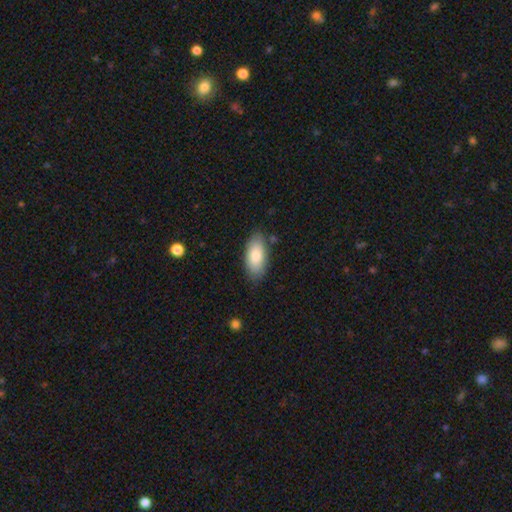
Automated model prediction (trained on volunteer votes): smooth-or-featured: smooth: 82% | featured or disk: 12% | star or artifact: 6%
  how-rounded: in between: 91% | cigar-shaped: 7% | round: 2%
  merging: none: 81% | minor disturbance: 14% | major disturbance: 3% | merger: 2%